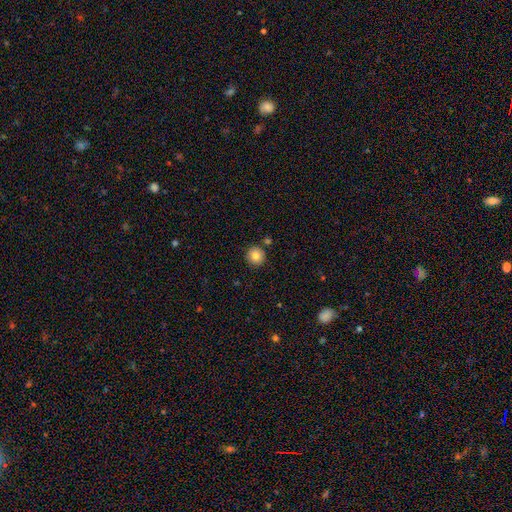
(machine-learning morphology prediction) smooth-or-featured: smooth: 83% | star or artifact: 10% | featured or disk: 7%
  how-rounded: round: 95% | in between: 5% | cigar-shaped: 1%
  merging: none: 88% | minor disturbance: 6% | merger: 4% | major disturbance: 2%